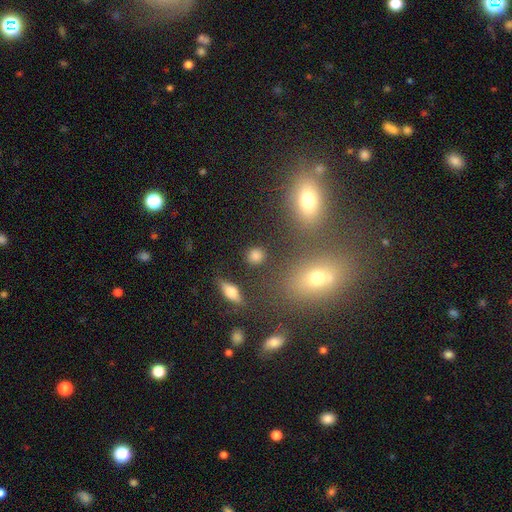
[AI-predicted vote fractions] smooth-or-featured: smooth: 78% | star or artifact: 14% | featured or disk: 9%
  how-rounded: round: 77% | in between: 20% | cigar-shaped: 3%
  merging: none: 84% | minor disturbance: 9% | merger: 4% | major disturbance: 3%